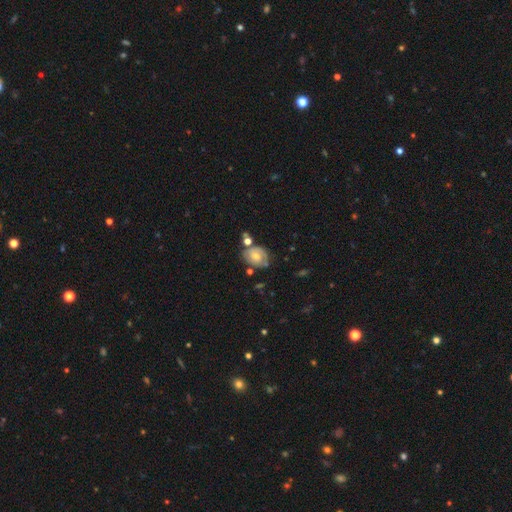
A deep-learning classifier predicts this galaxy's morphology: A featured or disk galaxy (62%) with no bar (68%), spiral arms (84%) and a moderate central bulge (53%).

Vote fractions:
- Smooth or featured? featured or disk: 62% / smooth: 30% / star or artifact: 9%
- Edge-on disk? no: 97% / yes: 3%
- Bar? no: 68% / weak: 27% / strong: 5%
- Spiral arms? yes: 84% / no: 16%
- Bulge size? moderate: 53% / small: 39% / large: 4% / none: 3% / dominant: 1%
- Merging? none: 60% / minor disturbance: 21% / merger: 12% / major disturbance: 8%